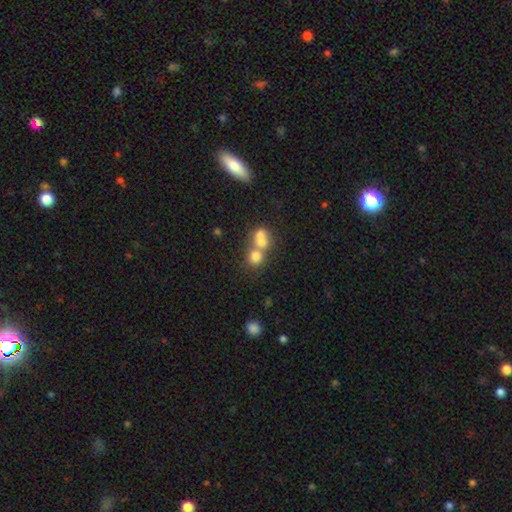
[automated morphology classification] Q: Smooth or featured?
A: smooth (71%); runner-up: featured or disk (16%)
Q: How rounded?
A: round (79%); runner-up: in between (20%)
Q: Merging?
A: merger (61%); runner-up: none (31%)